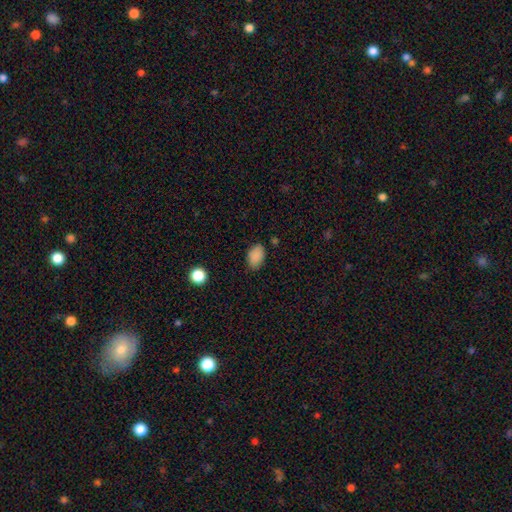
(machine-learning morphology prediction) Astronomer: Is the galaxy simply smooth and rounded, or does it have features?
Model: smooth — 87%.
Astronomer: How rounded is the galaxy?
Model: in between — 85%.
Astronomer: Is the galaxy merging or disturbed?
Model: none — 80%.